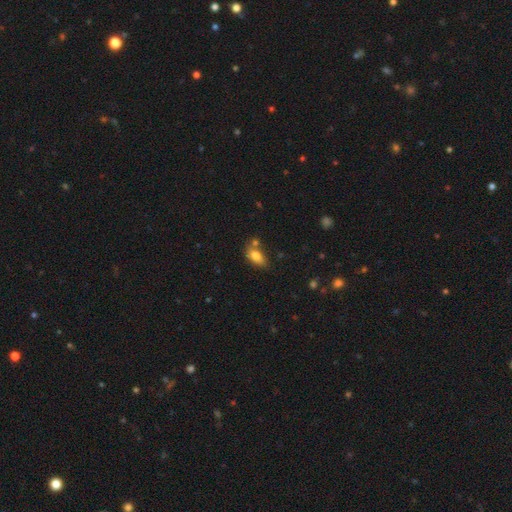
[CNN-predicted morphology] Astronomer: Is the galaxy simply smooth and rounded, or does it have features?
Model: smooth — 79%.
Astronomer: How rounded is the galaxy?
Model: in between — 88%.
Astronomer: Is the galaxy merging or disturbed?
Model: none — 56%.